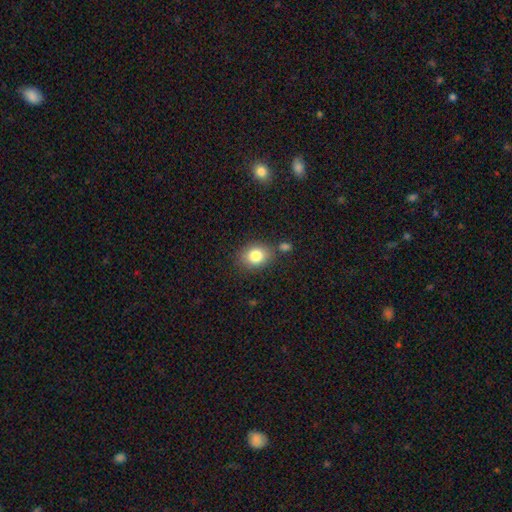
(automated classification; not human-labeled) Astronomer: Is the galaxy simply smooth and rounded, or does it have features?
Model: smooth — 82%.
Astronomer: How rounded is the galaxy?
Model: in between — 50% (runner-up: round, 48%).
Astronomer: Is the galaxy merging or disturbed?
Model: none — 74%.